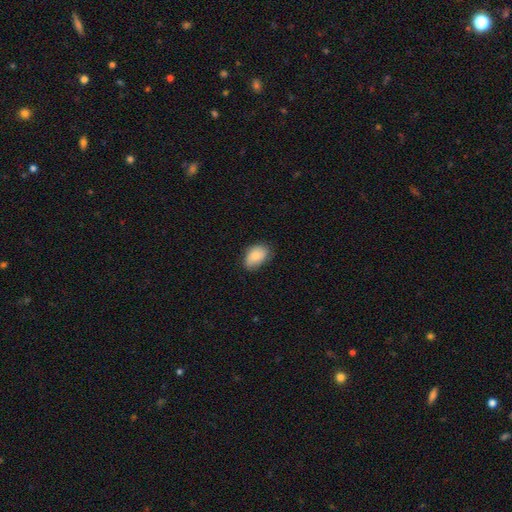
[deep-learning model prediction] Smooth or featured?
  - smooth: 81% *
  - featured or disk: 12%
  - star or artifact: 7%
How rounded?
  - in between: 87% *
  - round: 11%
  - cigar-shaped: 1%
Merging?
  - none: 72% *
  - minor disturbance: 23%
  - major disturbance: 4%
  - merger: 1%